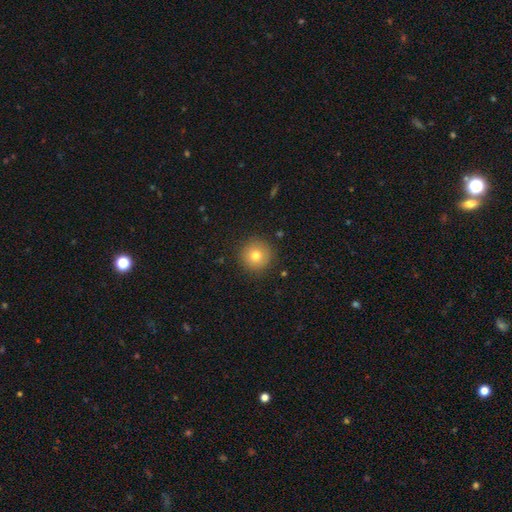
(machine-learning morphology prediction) smooth_or_featured: smooth (p=0.77) [alt: featured or disk p=0.12]
how_rounded: round (p=0.96) [alt: in between p=0.03]
merging: none (p=0.90) [alt: minor disturbance p=0.07]